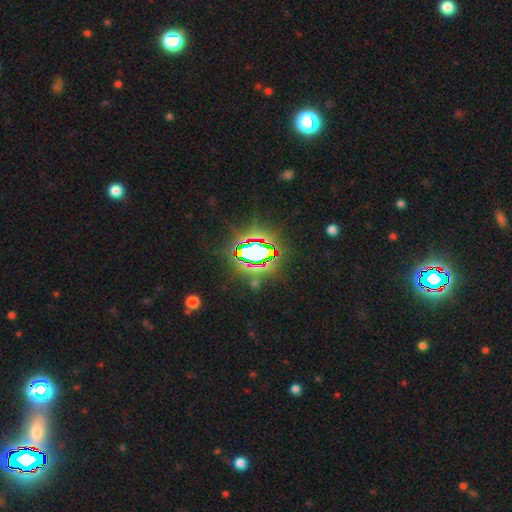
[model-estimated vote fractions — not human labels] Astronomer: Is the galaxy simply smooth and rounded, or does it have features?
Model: star or artifact — 74%.